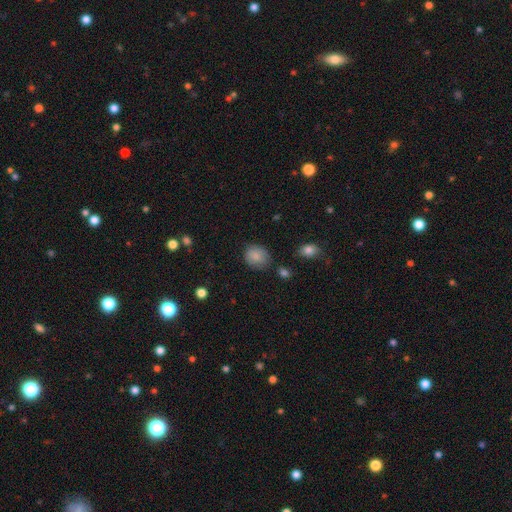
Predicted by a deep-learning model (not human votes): Smooth or featured?
  - smooth: 84% *
  - star or artifact: 8%
  - featured or disk: 7%
How rounded?
  - round: 63% *
  - in between: 36%
  - cigar-shaped: 1%
Merging?
  - none: 74% *
  - minor disturbance: 19%
  - major disturbance: 4%
  - merger: 3%